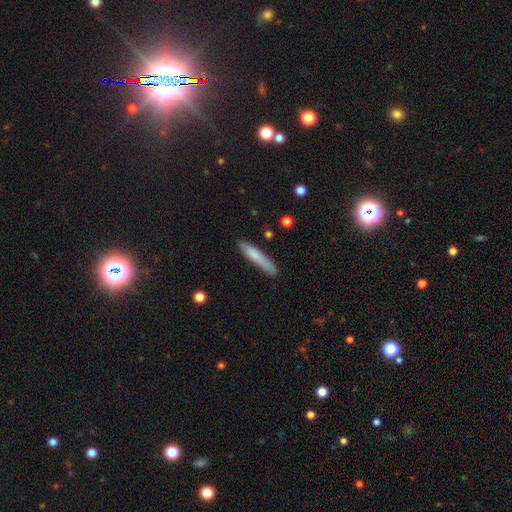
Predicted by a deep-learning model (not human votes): Smooth or featured? smooth (75%)
How rounded? cigar-shaped (92%)
Merging? none (76%)